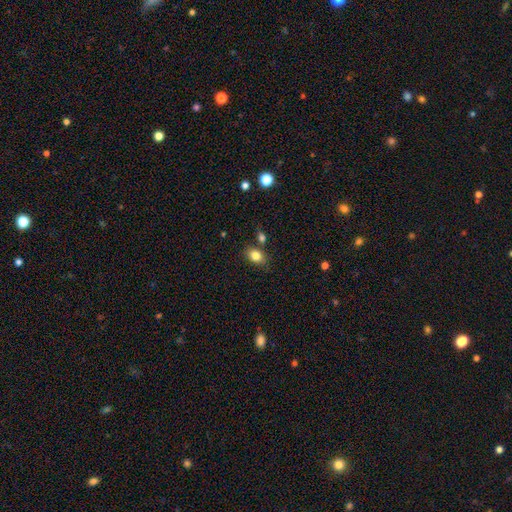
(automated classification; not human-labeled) Smooth or featured?
  - smooth: 82% *
  - star or artifact: 10%
  - featured or disk: 8%
How rounded?
  - in between: 76% *
  - round: 23%
  - cigar-shaped: 1%
Merging?
  - none: 75% *
  - minor disturbance: 13%
  - merger: 9%
  - major disturbance: 3%